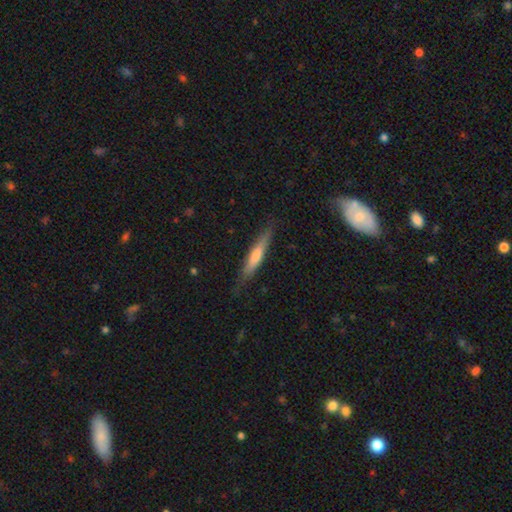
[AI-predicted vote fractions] smooth 50%, featured or disk 44%, star or artifact 6%. Down the decision tree: merging — none (83%).